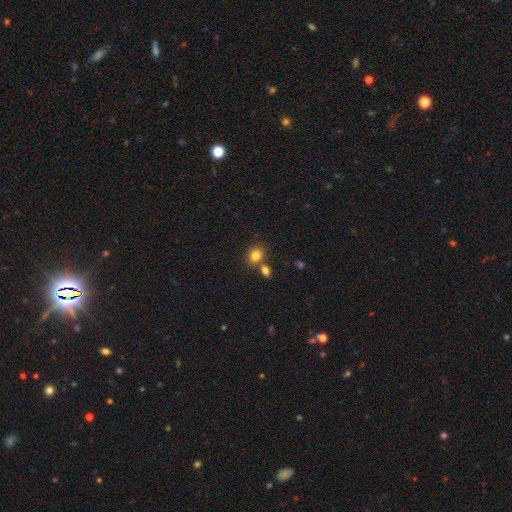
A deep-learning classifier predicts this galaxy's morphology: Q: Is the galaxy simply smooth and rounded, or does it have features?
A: smooth — 83%.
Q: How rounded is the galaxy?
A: round — 61%.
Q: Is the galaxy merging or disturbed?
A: none — 61%.